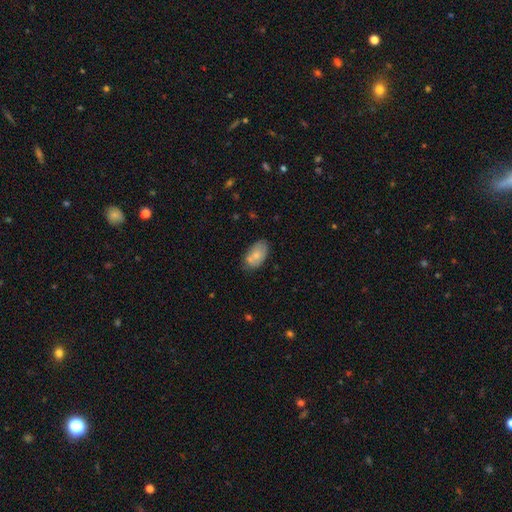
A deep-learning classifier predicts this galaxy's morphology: Smooth or featured: smooth — 74% (featured or disk — 19%)
How rounded: in between — 92% (round — 6%)
Merging: none — 61% (minor disturbance — 22%)